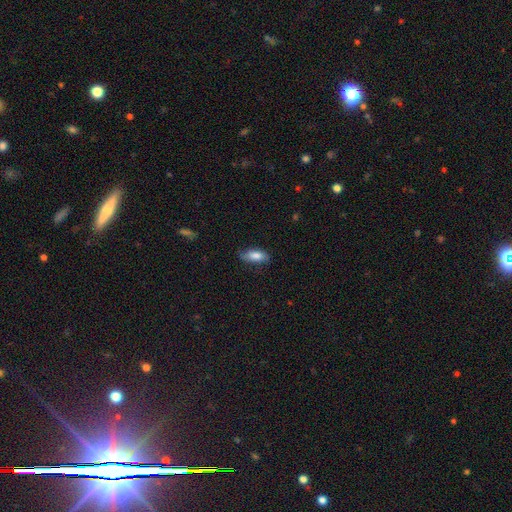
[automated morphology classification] smooth_or_featured: smooth (p=0.76) [alt: featured or disk p=0.17]
how_rounded: in between (p=0.79) [alt: cigar-shaped p=0.18]
merging: none (p=0.68) [alt: minor disturbance p=0.25]